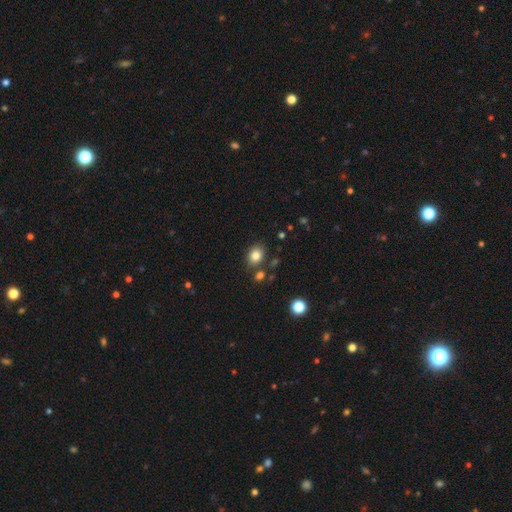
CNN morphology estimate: A smooth galaxy with no disk features (82%) that is in between round and cigar-shaped (53%). Merging: none (78%).